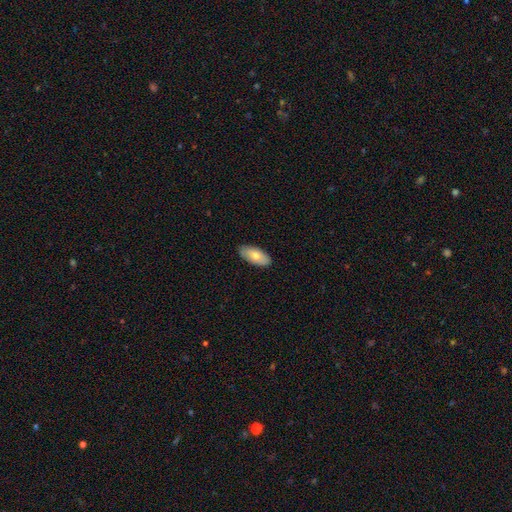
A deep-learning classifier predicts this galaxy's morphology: A smooth galaxy with no disk features (76%) that is in between round and cigar-shaped (91%). Merging: none (88%).